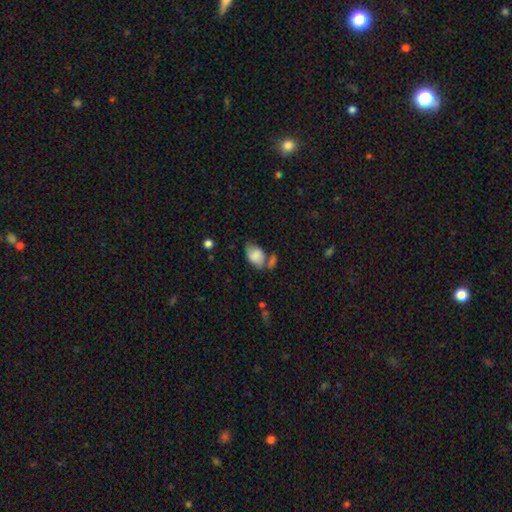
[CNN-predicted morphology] Smooth or featured? Predicted: smooth (p=0.74). How rounded? Predicted: in between (p=0.85). Merging? Predicted: none (p=0.37).